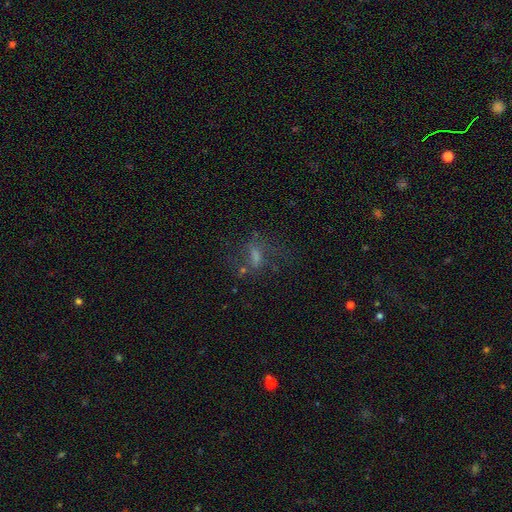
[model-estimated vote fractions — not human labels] smooth-or-featured: featured or disk: 38% | smooth: 34% | star or artifact: 28%
  merging: none: 55% | major disturbance: 24% | minor disturbance: 17% | merger: 4%